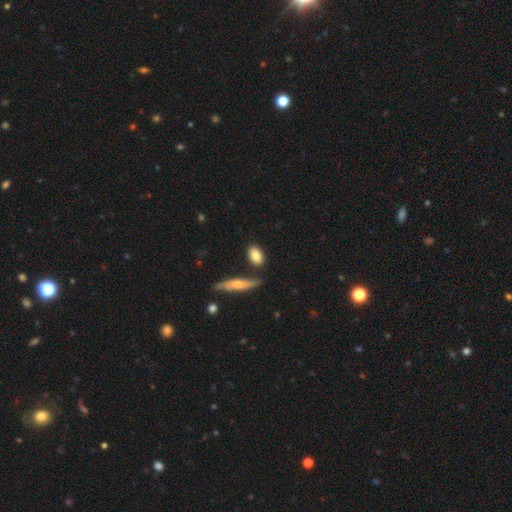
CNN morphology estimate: type=smooth (85%); roundness=in between (83%); merging=none (78%).